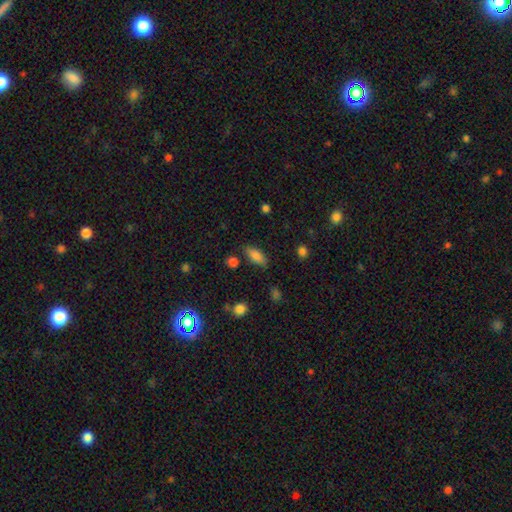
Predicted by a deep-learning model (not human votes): This appears to be a smooth galaxy with no disk features (81%) that is in between round and cigar-shaped (79%). Merging: none (77%).